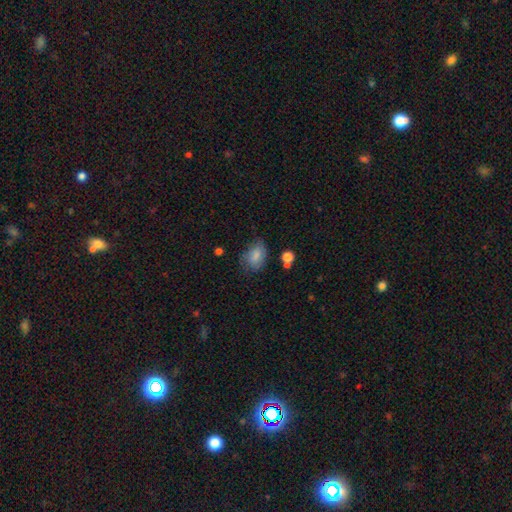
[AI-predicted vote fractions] smooth_or_featured: smooth (p=0.76) [alt: featured or disk p=0.15]
how_rounded: in between (p=0.77) [alt: round p=0.21]
merging: none (p=0.55) [alt: minor disturbance p=0.30]